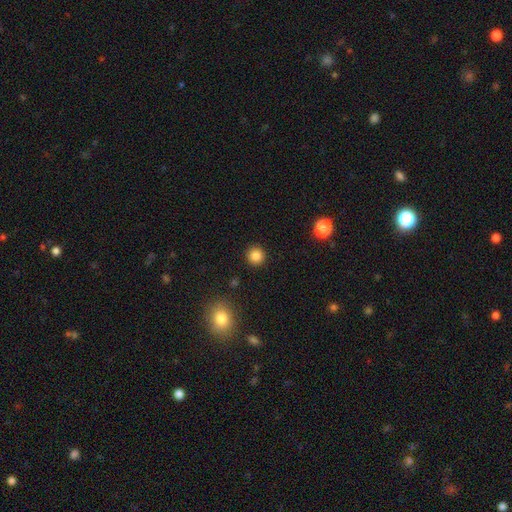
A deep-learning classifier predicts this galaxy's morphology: smooth_or_featured: smooth (p=0.84) [alt: star or artifact p=0.12]
how_rounded: round (p=0.94) [alt: in between p=0.05]
merging: none (p=0.91) [alt: minor disturbance p=0.05]